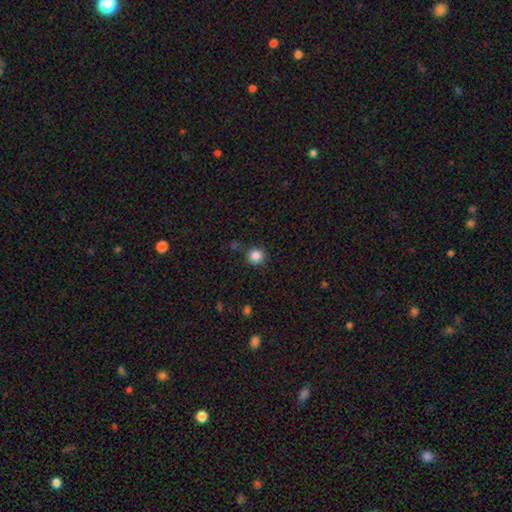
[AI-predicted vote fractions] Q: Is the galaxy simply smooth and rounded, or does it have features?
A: smooth — 85%.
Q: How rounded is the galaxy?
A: round — 93%.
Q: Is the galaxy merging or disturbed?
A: none — 85%.